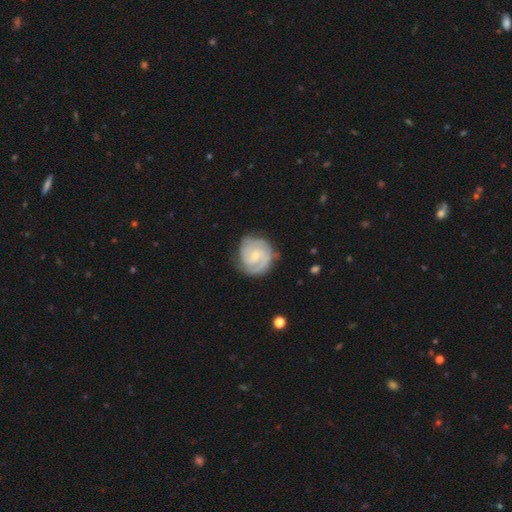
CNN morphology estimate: smooth_or_featured: featured or disk (p=0.85) [alt: smooth p=0.10]
disk_edge_on: no (p=0.98) [alt: yes p=0.02]
bar: no (p=0.60) [alt: weak p=0.34]
has_spiral_arms: yes (p=0.97) [alt: no p=0.03]
spiral_winding: tight (p=0.65) [alt: medium p=0.29]
spiral_arm_count: 2 (p=0.44) [alt: 3 p=0.26]
bulge_size: small (p=0.69) [alt: moderate p=0.27]
merging: none (p=0.75) [alt: minor disturbance p=0.18]